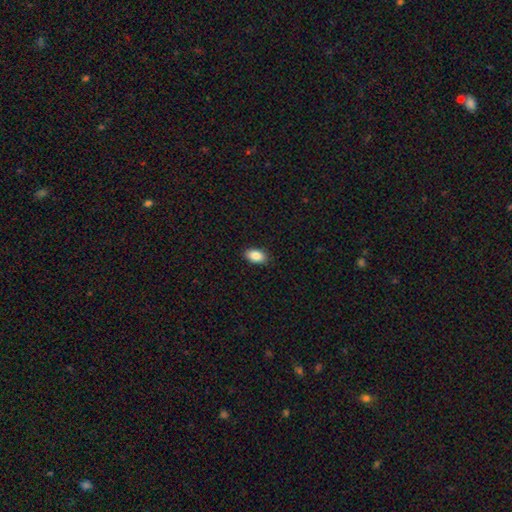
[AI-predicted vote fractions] Morphology: type=smooth (87%); roundness=in between (92%); merging=none (90%).